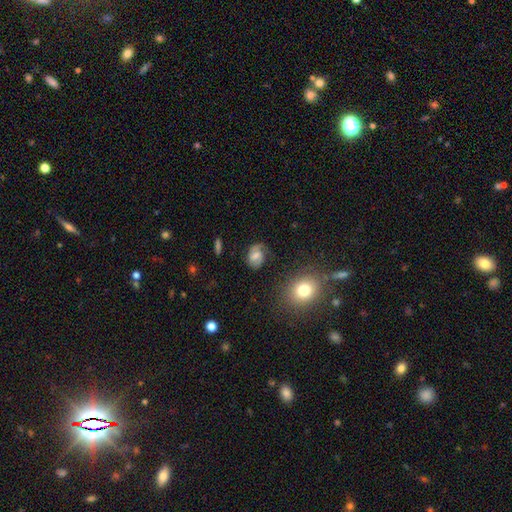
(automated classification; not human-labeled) smooth_or_featured: featured or disk (p=0.52) [alt: smooth p=0.39]
disk_edge_on: no (p=0.97) [alt: yes p=0.03]
bar: weak (p=0.47) [alt: no p=0.42]
has_spiral_arms: yes (p=0.87) [alt: no p=0.13]
bulge_size: moderate (p=0.47) [alt: small p=0.34]
merging: none (p=0.68) [alt: minor disturbance p=0.21]